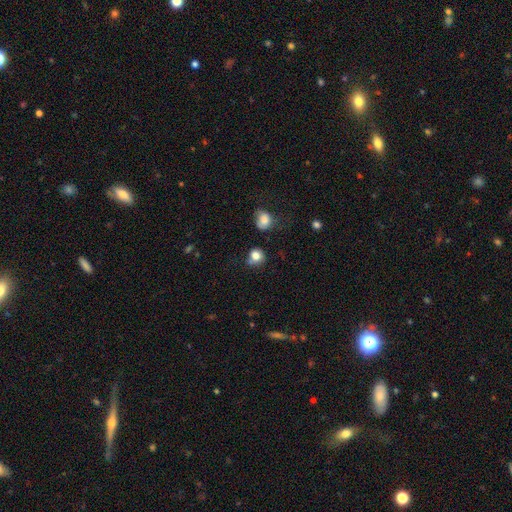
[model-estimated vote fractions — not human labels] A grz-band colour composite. It shows a smooth galaxy with no disk features (81%) that is round (80%). Merging: none (62%).